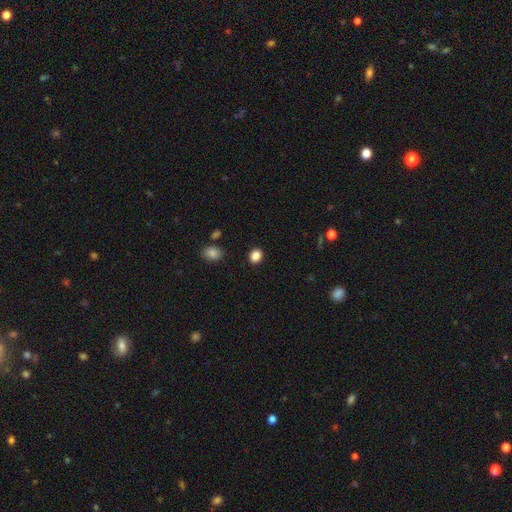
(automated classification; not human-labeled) Smooth or featured? smooth (86%)
How rounded? round (54%)
Merging? none (89%)